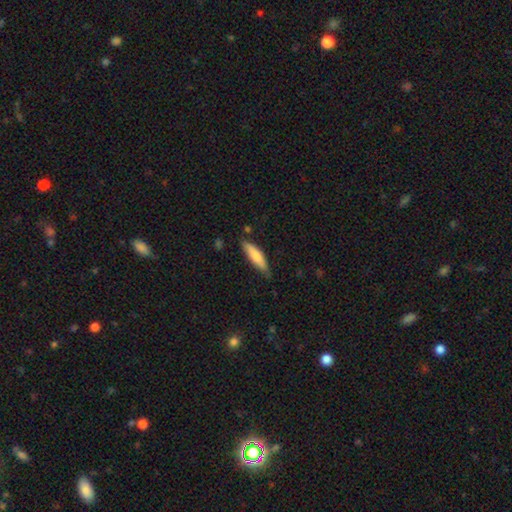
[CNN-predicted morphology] Smooth or featured? smooth (74%)
How rounded? cigar-shaped (70%)
Merging? none (75%)